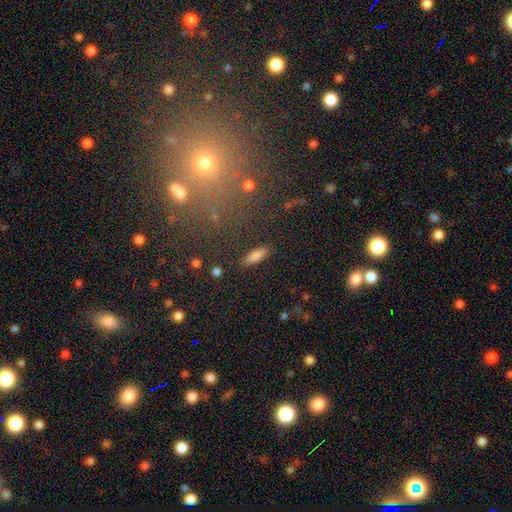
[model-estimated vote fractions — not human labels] smooth 82%, featured or disk 11%, star or artifact 8%. Down the decision tree: how rounded — cigar-shaped (52%); merging — none (88%).